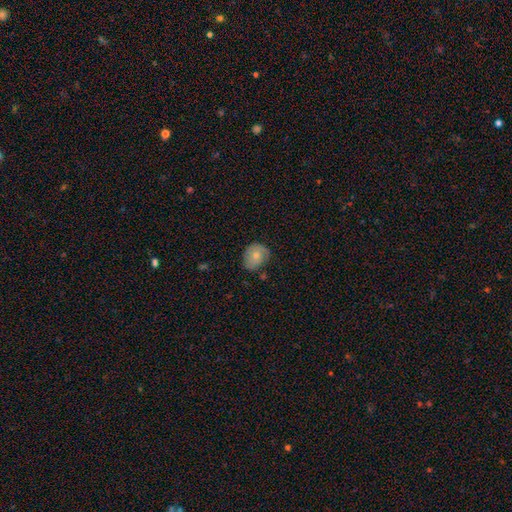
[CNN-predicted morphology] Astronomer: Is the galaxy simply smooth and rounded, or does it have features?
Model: smooth — 66%.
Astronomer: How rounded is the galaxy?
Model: round — 63%.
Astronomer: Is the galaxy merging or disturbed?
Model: none — 62%.